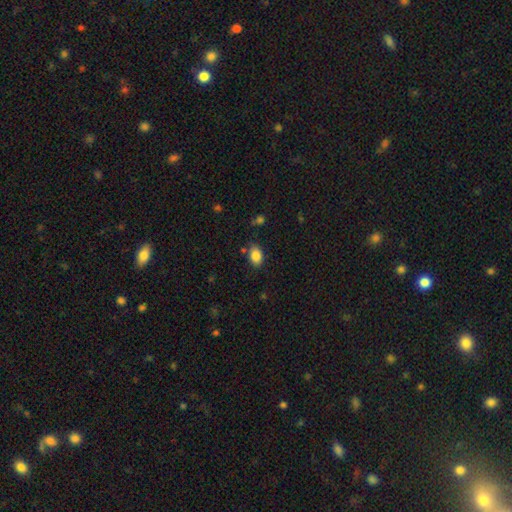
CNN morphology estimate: A smooth galaxy with no disk features (86%) that is in between round and cigar-shaped (83%). Merging: none (76%).